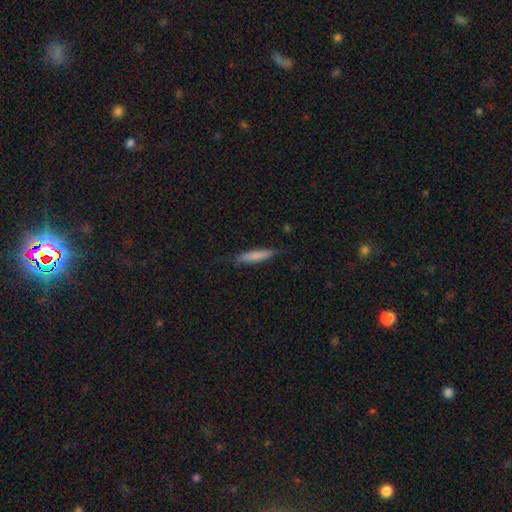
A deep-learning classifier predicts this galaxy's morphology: This appears to be a smooth galaxy with no disk features (74%) that is cigar-shaped (89%). Merging: none (78%).